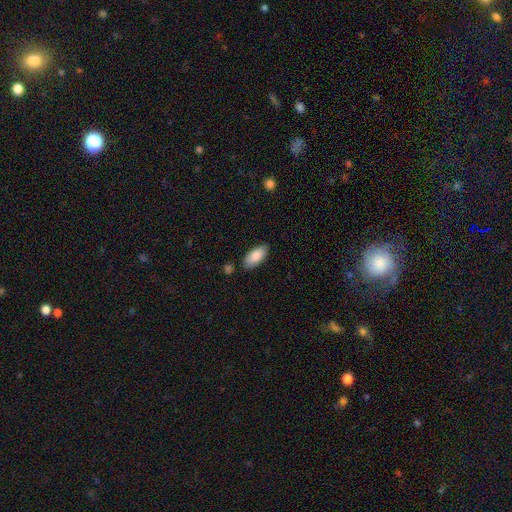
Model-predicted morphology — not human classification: Q: Smooth or featured?
A: smooth (83%); runner-up: featured or disk (11%)
Q: How rounded?
A: in between (90%); runner-up: cigar-shaped (8%)
Q: Merging?
A: none (84%); runner-up: minor disturbance (11%)